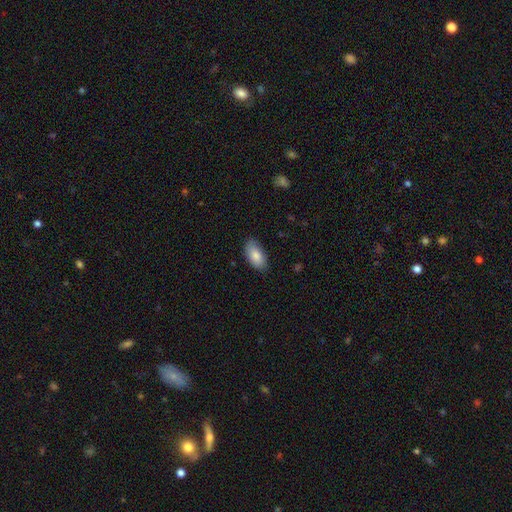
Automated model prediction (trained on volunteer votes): Smooth or featured?
  - smooth: 84% *
  - featured or disk: 10%
  - star or artifact: 6%
How rounded?
  - in between: 94% *
  - cigar-shaped: 3%
  - round: 3%
Merging?
  - none: 84% *
  - minor disturbance: 13%
  - major disturbance: 2%
  - merger: 1%